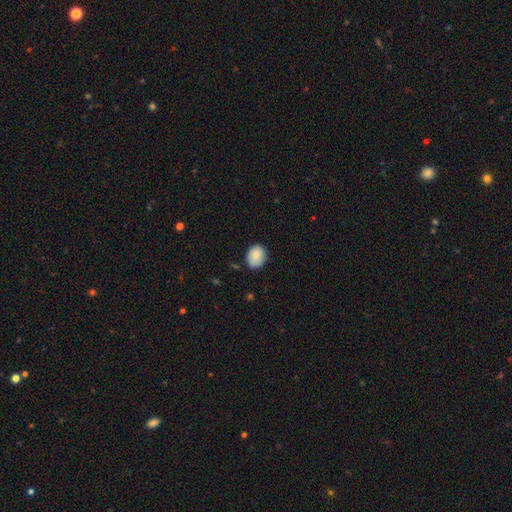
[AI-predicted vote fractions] Overall: smooth (88%). How rounded: in between (57%; round 42%). Merging: none (79%).